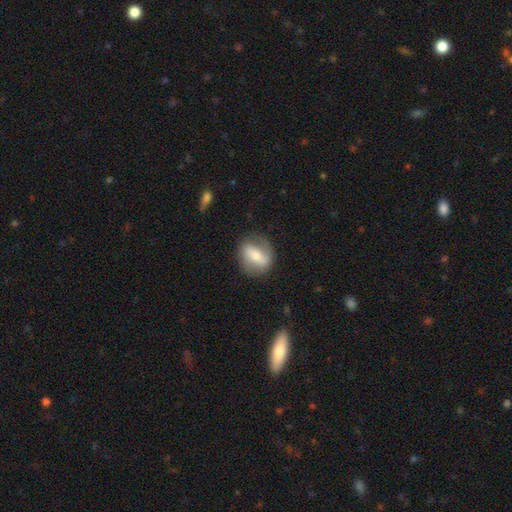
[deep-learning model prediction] Q: Smooth or featured?
A: featured or disk (49%); runner-up: smooth (45%)
Q: Merging?
A: none (76%); runner-up: minor disturbance (16%)